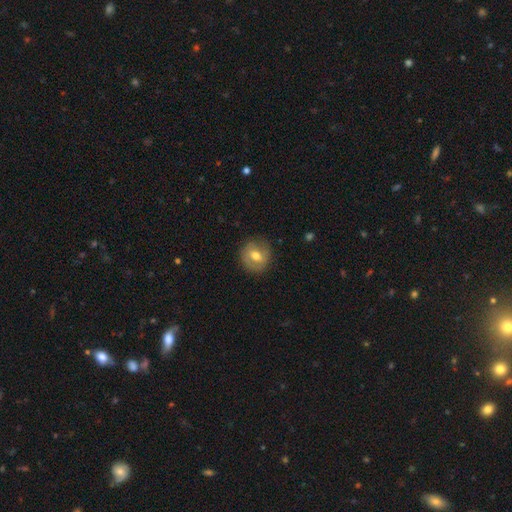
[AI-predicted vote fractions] smooth_or_featured: smooth (p=0.62) [alt: featured or disk p=0.30]
how_rounded: round (p=0.86) [alt: in between p=0.13]
merging: none (p=0.84) [alt: minor disturbance p=0.11]